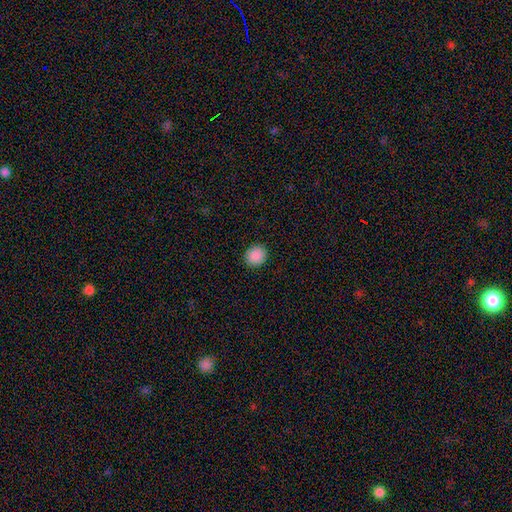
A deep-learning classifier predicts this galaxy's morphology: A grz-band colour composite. It shows a smooth galaxy with no disk features (89%) that is round (84%). Merging: none (91%).